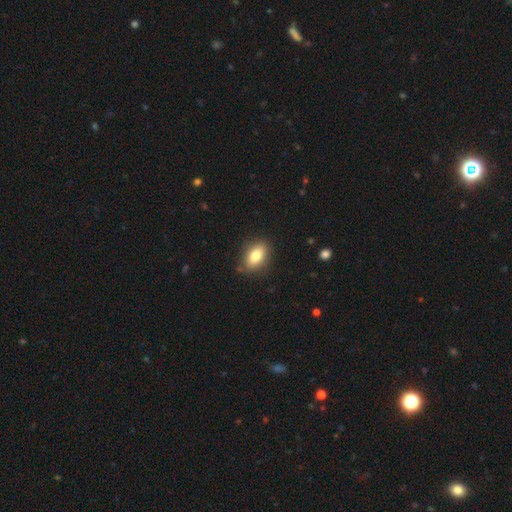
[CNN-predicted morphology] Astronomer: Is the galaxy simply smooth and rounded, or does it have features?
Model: smooth — 81%.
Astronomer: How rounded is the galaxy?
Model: in between — 87%.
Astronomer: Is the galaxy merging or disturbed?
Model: none — 84%.